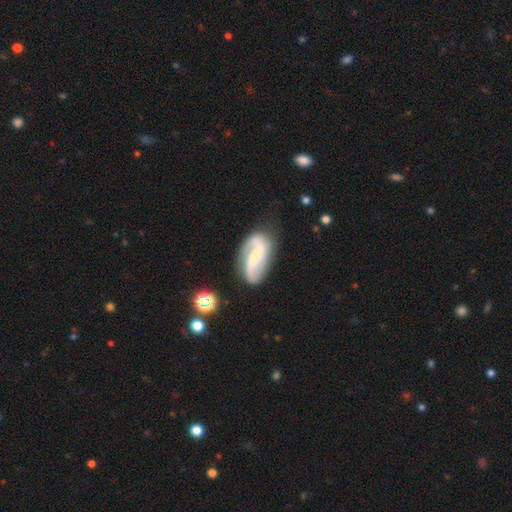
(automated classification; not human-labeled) smooth_or_featured: featured or disk (p=0.81) [alt: smooth p=0.14]
disk_edge_on: no (p=0.95) [alt: yes p=0.05]
bar: weak (p=0.36) [alt: no p=0.35]
has_spiral_arms: yes (p=0.94) [alt: no p=0.06]
spiral_winding: loose (p=0.59) [alt: medium p=0.30]
spiral_arm_count: 2 (p=0.89) [alt: can't tell p=0.04]
bulge_size: small (p=0.62) [alt: moderate p=0.26]
merging: none (p=0.72) [alt: minor disturbance p=0.18]